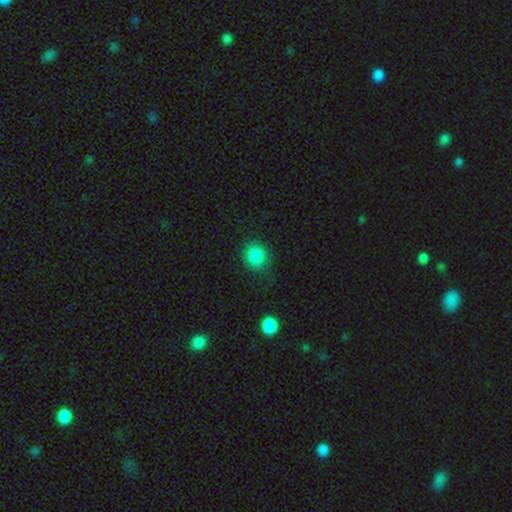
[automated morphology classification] Q: Smooth or featured?
A: smooth (86%); runner-up: star or artifact (10%)
Q: How rounded?
A: round (77%); runner-up: in between (22%)
Q: Merging?
A: none (81%); runner-up: minor disturbance (13%)